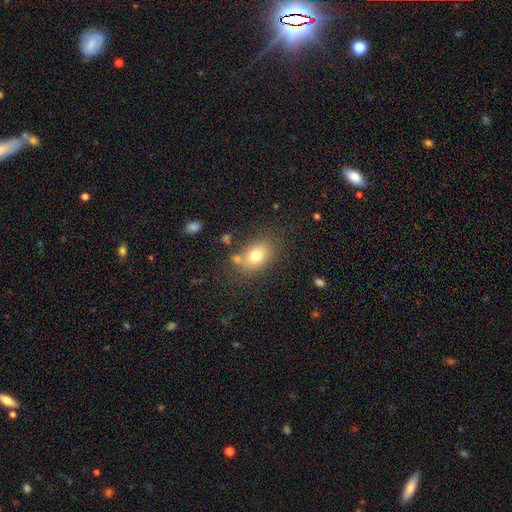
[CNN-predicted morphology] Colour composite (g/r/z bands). It shows a smooth galaxy with no disk features (76%) that is in between round and cigar-shaped (75%). Merging: none (71%).